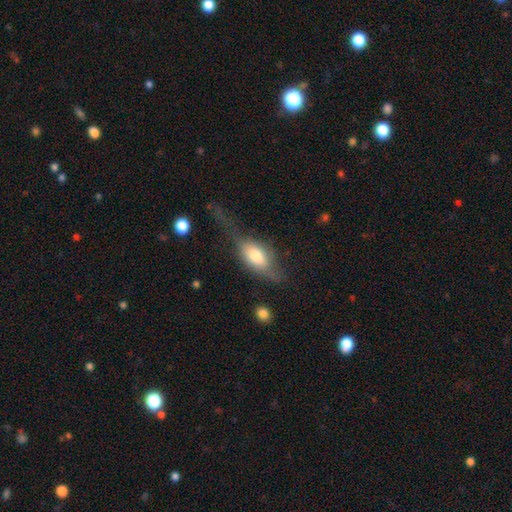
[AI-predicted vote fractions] smooth-or-featured: smooth: 61% | featured or disk: 32% | star or artifact: 7%
  how-rounded: in between: 82% | cigar-shaped: 12% | round: 6%
  merging: major disturbance: 41% | none: 29% | minor disturbance: 26% | merger: 4%